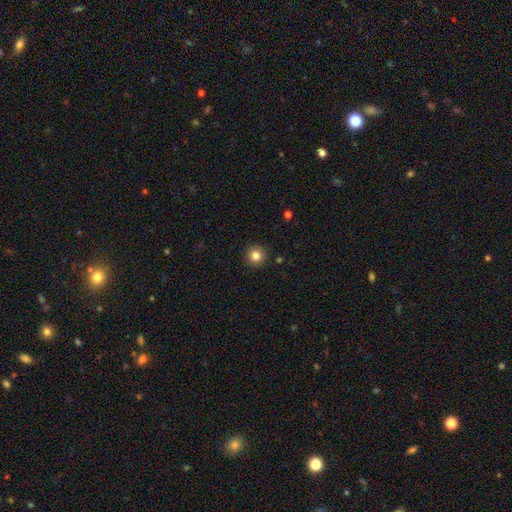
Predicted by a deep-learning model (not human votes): Smooth or featured?
  - smooth: 82% *
  - star or artifact: 12%
  - featured or disk: 6%
How rounded?
  - round: 95% *
  - in between: 4%
  - cigar-shaped: 1%
Merging?
  - none: 92% *
  - minor disturbance: 5%
  - major disturbance: 2%
  - merger: 1%